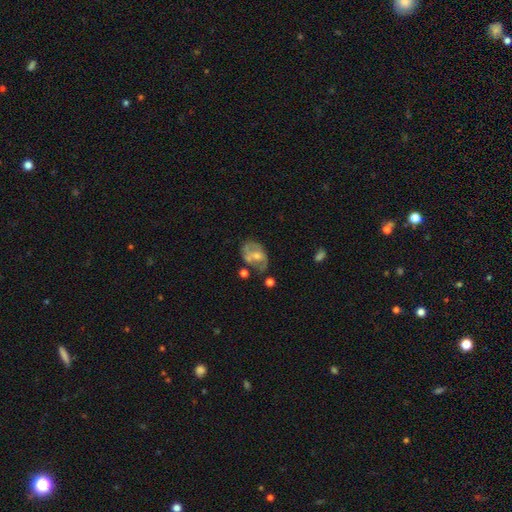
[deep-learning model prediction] smooth_or_featured: featured or disk (p=0.63) [alt: smooth p=0.27]
disk_edge_on: no (p=0.95) [alt: yes p=0.05]
bar: no (p=0.53) [alt: weak p=0.35]
has_spiral_arms: yes (p=0.58) [alt: no p=0.42]
bulge_size: moderate (p=0.55) [alt: small p=0.38]
merging: none (p=0.52) [alt: minor disturbance p=0.24]